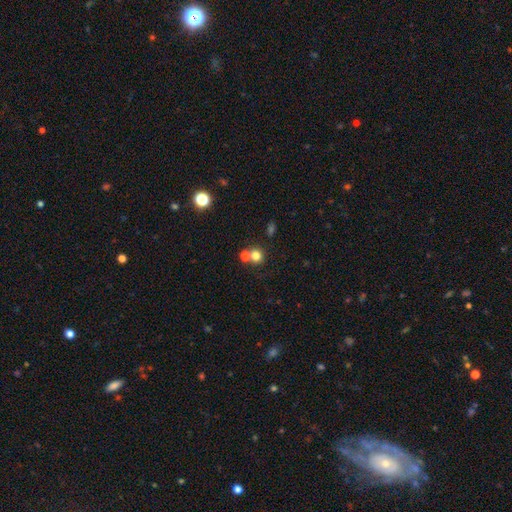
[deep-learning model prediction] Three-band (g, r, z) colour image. It shows a smooth galaxy with no disk features (76%) that is round (86%). Merging: none (56%).